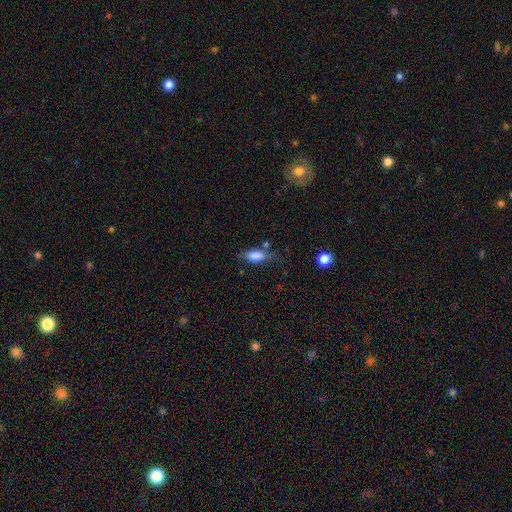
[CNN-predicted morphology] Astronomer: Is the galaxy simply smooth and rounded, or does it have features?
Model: smooth — 77%.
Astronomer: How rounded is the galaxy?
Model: in between — 78%.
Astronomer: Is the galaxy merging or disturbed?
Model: none — 52% (runner-up: minor disturbance, 29%).